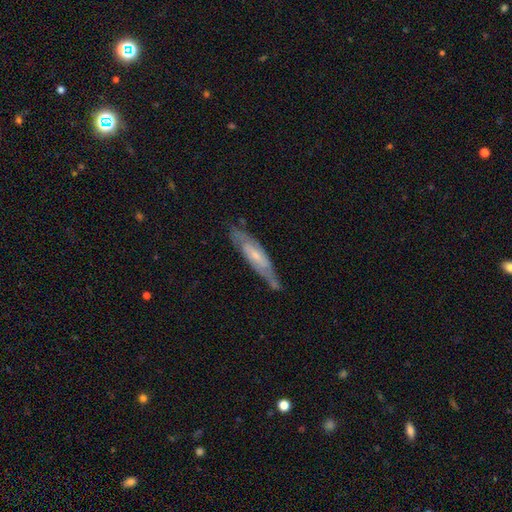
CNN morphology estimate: Smooth or featured?
  - featured or disk: 67% *
  - smooth: 27%
  - star or artifact: 6%
Edge-on disk?
  - no: 62% *
  - yes: 38%
Merging?
  - none: 68% *
  - minor disturbance: 22%
  - major disturbance: 6%
  - merger: 3%